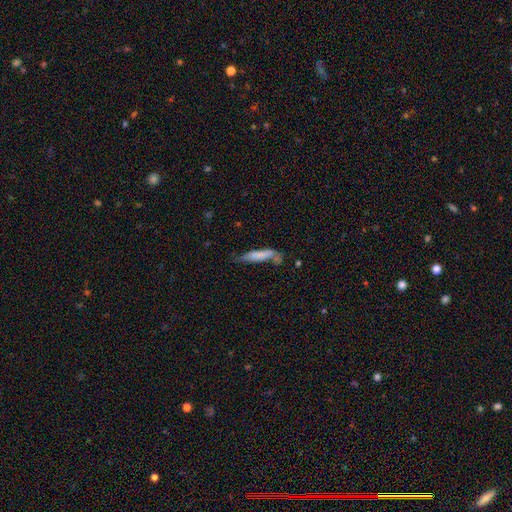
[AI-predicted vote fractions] Smooth or featured? smooth (64%)
How rounded? cigar-shaped (84%)
Merging? none (49%)